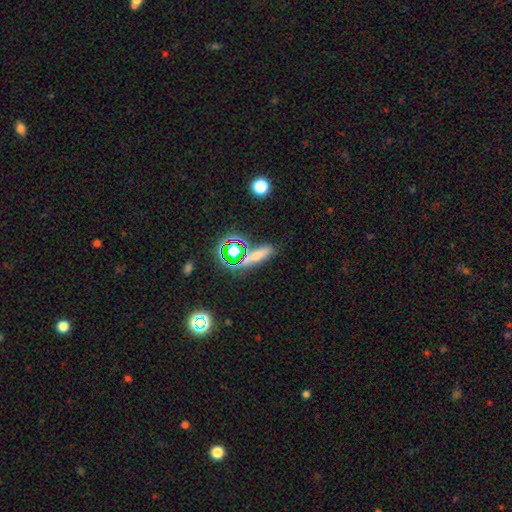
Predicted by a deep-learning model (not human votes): A smooth galaxy with no disk features (56%) that is cigar-shaped (44%, tied with in between). Merging: none (71%).